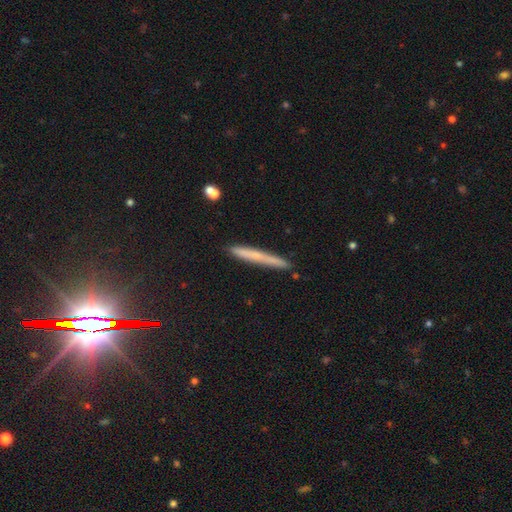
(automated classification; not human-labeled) This appears to be a smooth galaxy with no disk features (58%) that is cigar-shaped (97%). Merging: none (87%).